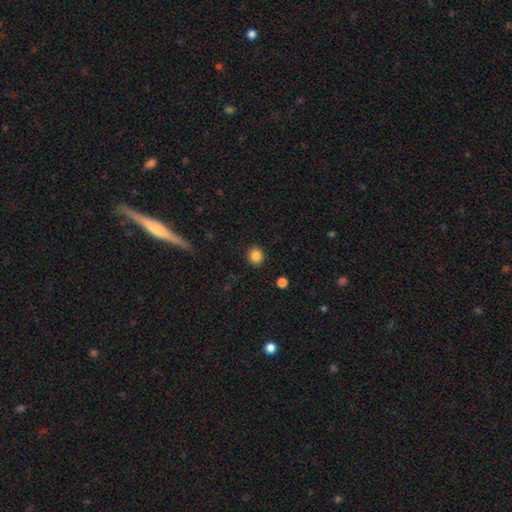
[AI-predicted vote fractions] Morphology: type=smooth (86%); roundness=round (87%); merging=none (90%).